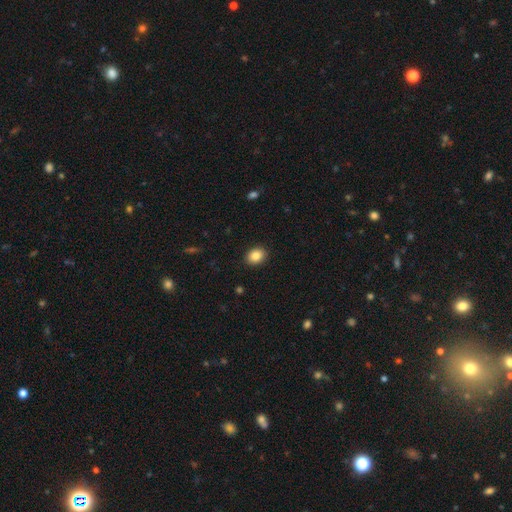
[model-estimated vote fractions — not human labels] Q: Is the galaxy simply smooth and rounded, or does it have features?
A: smooth — 86%.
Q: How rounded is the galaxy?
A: in between — 59%.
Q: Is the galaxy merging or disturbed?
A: none — 90%.